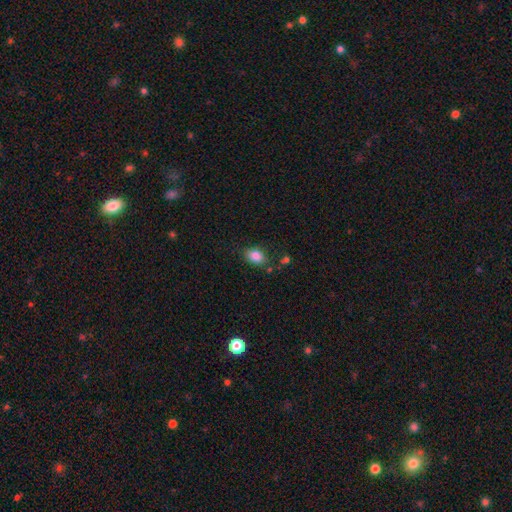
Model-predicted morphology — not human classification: Smooth or featured: smooth — 85% (star or artifact — 9%)
How rounded: in between — 77% (round — 22%)
Merging: none — 77% (minor disturbance — 14%)